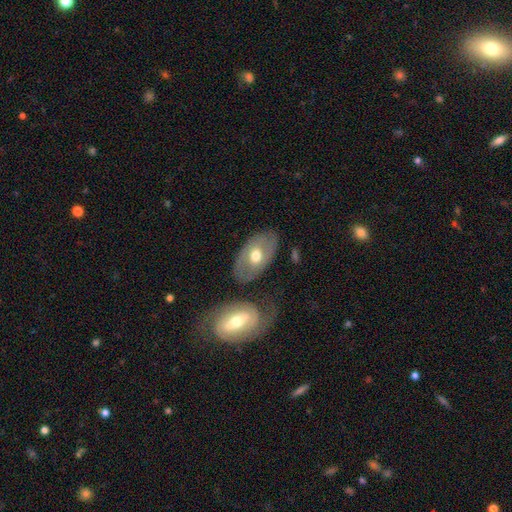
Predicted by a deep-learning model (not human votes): Smooth or featured?
  - featured or disk: 49% *
  - smooth: 45%
  - star or artifact: 6%
Merging?
  - none: 72% *
  - minor disturbance: 16%
  - merger: 6%
  - major disturbance: 6%